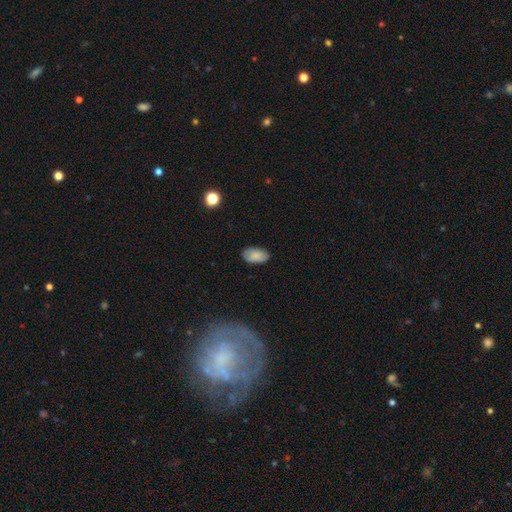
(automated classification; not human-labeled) smooth_or_featured: smooth (p=0.83) [alt: featured or disk p=0.09]
how_rounded: in between (p=0.94) [alt: round p=0.05]
merging: none (p=0.82) [alt: minor disturbance p=0.14]